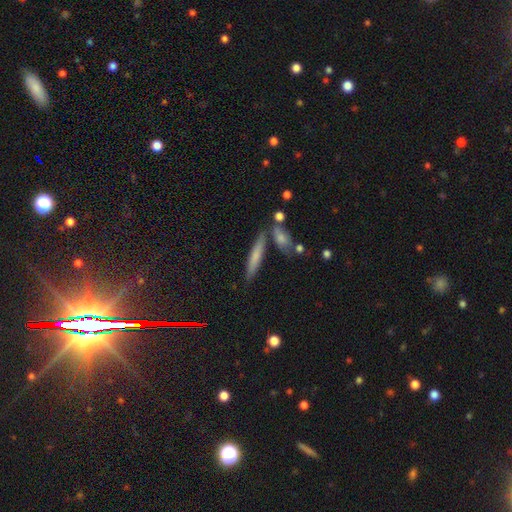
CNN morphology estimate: This is likely a smooth galaxy (64%). How rounded: clearly cigar-shaped (89%). Merging: likely none (78%).